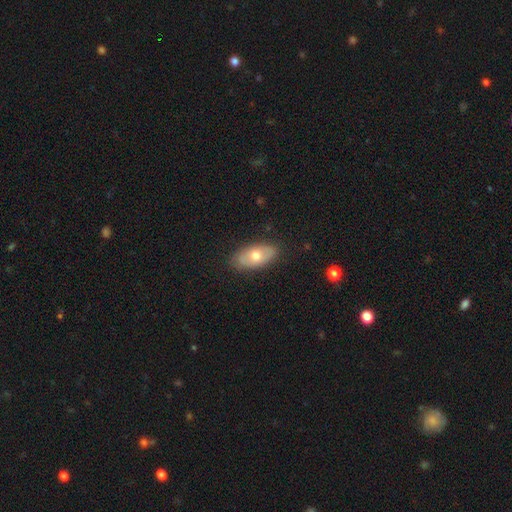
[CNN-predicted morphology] Smooth or featured?
  - smooth: 63% *
  - featured or disk: 31%
  - star or artifact: 6%
How rounded?
  - in between: 91% *
  - round: 5%
  - cigar-shaped: 4%
Merging?
  - none: 85% *
  - minor disturbance: 12%
  - major disturbance: 3%
  - merger: 1%